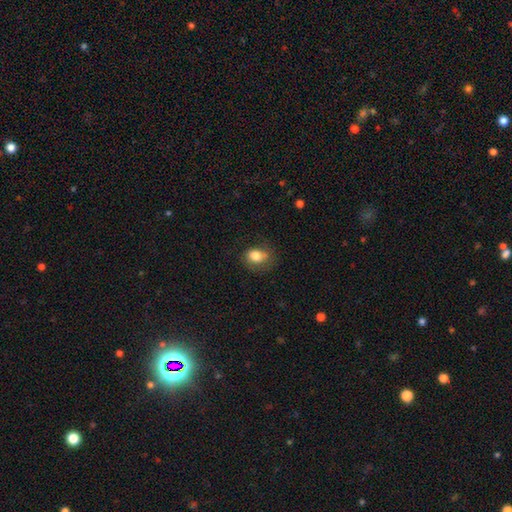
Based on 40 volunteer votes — This is likely a smooth galaxy (70%). How rounded: possibly round (50%, tied with in between). Merging: possibly none (57%).